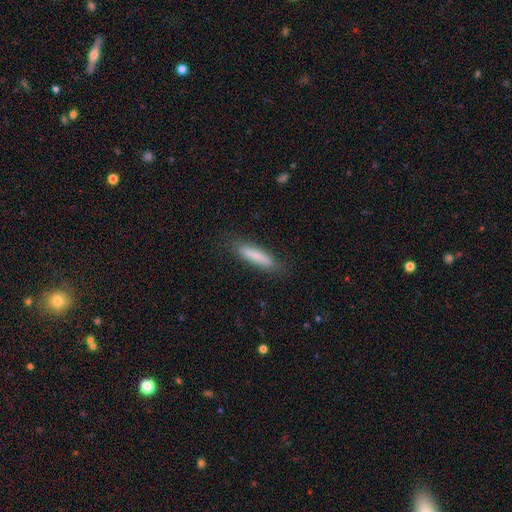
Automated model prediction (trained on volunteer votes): Smooth or featured?
  - smooth: 79% *
  - featured or disk: 15%
  - star or artifact: 7%
How rounded?
  - cigar-shaped: 84% *
  - in between: 15%
  - round: 1%
Merging?
  - none: 85% *
  - minor disturbance: 11%
  - major disturbance: 3%
  - merger: 1%